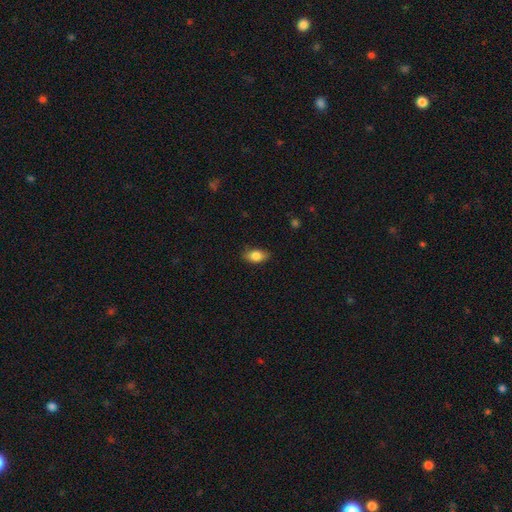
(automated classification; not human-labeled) A smooth galaxy with no disk features (83%) that is in between round and cigar-shaped (87%). Merging: none (80%).